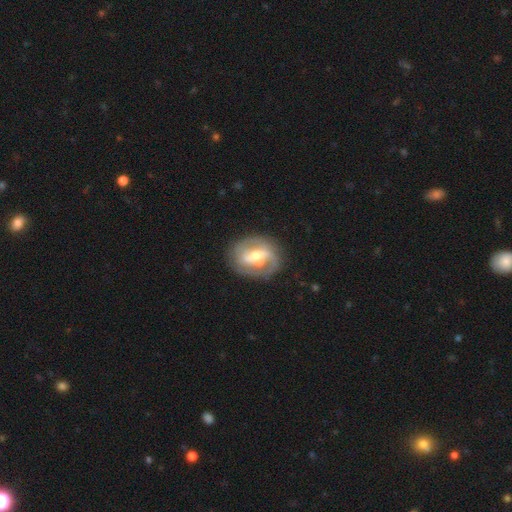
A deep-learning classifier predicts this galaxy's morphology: Overall: featured or disk (78%). Edge-on disk: no (96%). Bar: strong (40%; weak 37%). Spiral arms: yes (79%). Spiral arm count: 2 (66%). Spiral winding: medium (41%; tight 37%). Bulge size: moderate (54%; small 37%). Merging: none (65%).